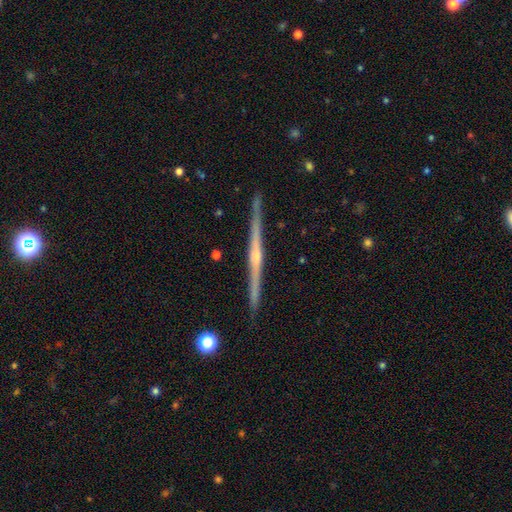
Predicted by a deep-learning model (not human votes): smooth_or_featured: featured or disk (p=0.84) [alt: smooth p=0.10]
disk_edge_on: yes (p=0.99) [alt: no p=0.01]
edge_on_bulge: rounded (p=0.69) [alt: none p=0.23]
merging: none (p=0.93) [alt: minor disturbance p=0.05]